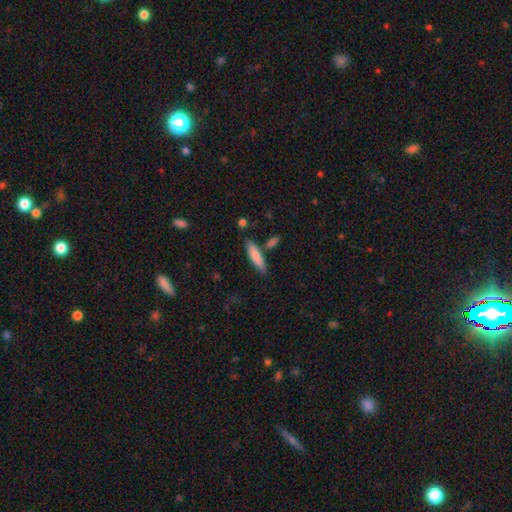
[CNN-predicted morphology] Smooth or featured: smooth — 82% (featured or disk — 13%)
How rounded: cigar-shaped — 72% (in between — 26%)
Merging: none — 79% (minor disturbance — 11%)